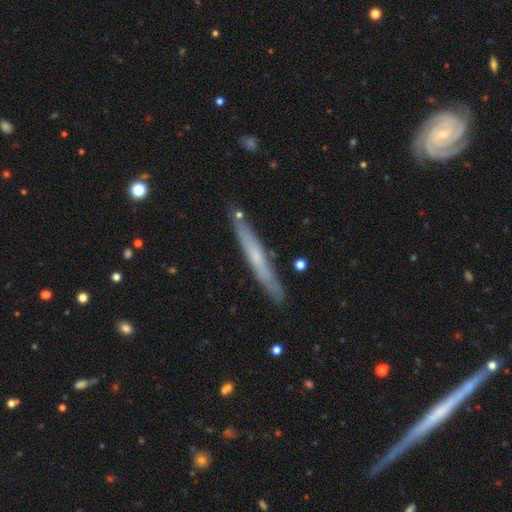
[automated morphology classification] A smooth galaxy with no disk features (49%).

Vote fractions:
- Smooth or featured? smooth: 49% / featured or disk: 45% / star or artifact: 6%
- Merging? none: 85% / minor disturbance: 11% / merger: 3% / major disturbance: 2%